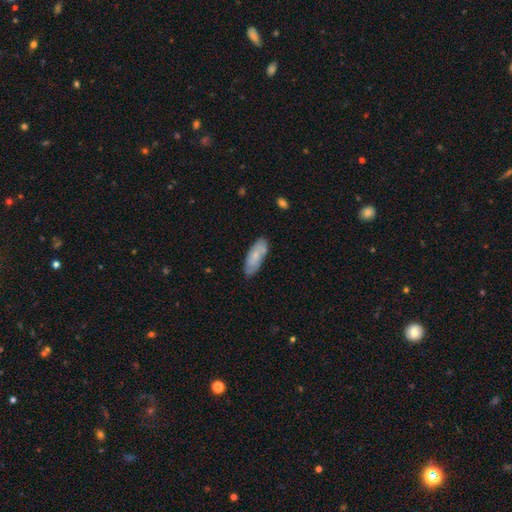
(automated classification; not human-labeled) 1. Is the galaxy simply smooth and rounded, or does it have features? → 61% smooth, 33% featured or disk, 6% star or artifact.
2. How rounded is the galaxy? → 75% in between, 23% cigar-shaped, 2% round.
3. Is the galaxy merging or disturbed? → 74% none, 20% minor disturbance, 4% major disturbance, 3% merger.